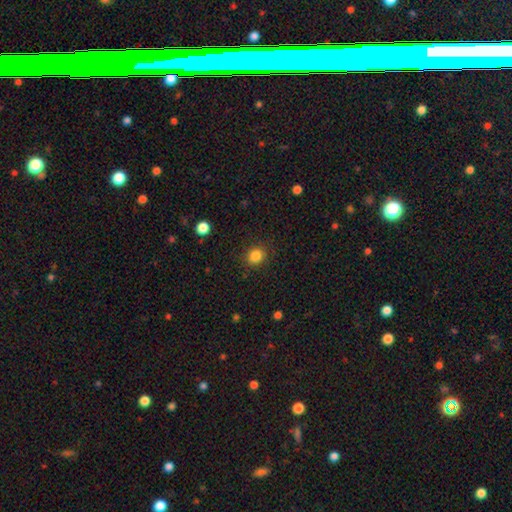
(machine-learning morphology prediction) A smooth galaxy with no disk features (85%) that is round (82%).

Vote fractions:
- Smooth or featured? smooth: 85% / star or artifact: 11% / featured or disk: 4%
- How rounded? round: 82% / in between: 18% / cigar-shaped: 1%
- Merging? none: 88% / minor disturbance: 8% / major disturbance: 3% / merger: 1%